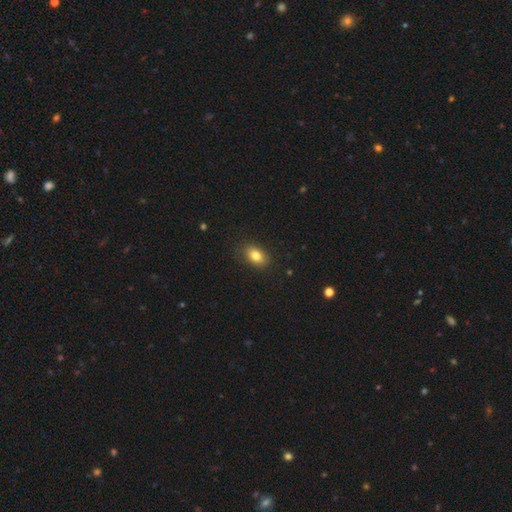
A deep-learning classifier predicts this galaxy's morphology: A smooth galaxy with no disk features (81%) that is in between round and cigar-shaped (84%). Merging: none (86%).